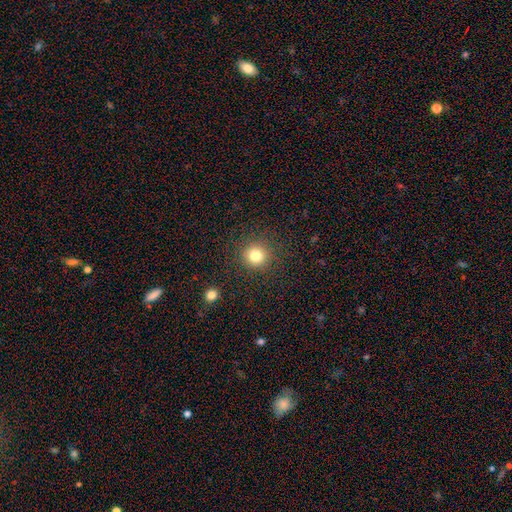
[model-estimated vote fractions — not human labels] Smooth or featured? smooth (81%)
How rounded? round (92%)
Merging? none (89%)